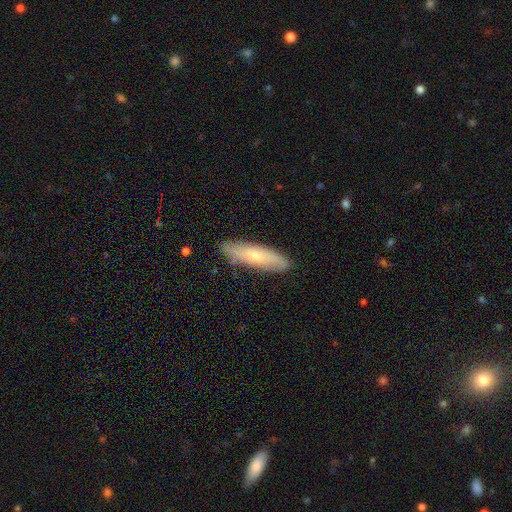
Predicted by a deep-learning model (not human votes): Morphology: type=smooth (61%); roundness=cigar-shaped (66%); merging=none (84%).